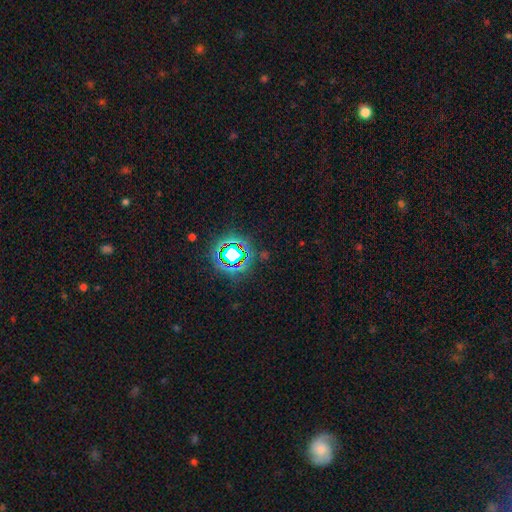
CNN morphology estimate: star or artifact 80%, smooth 12%, featured or disk 8%.